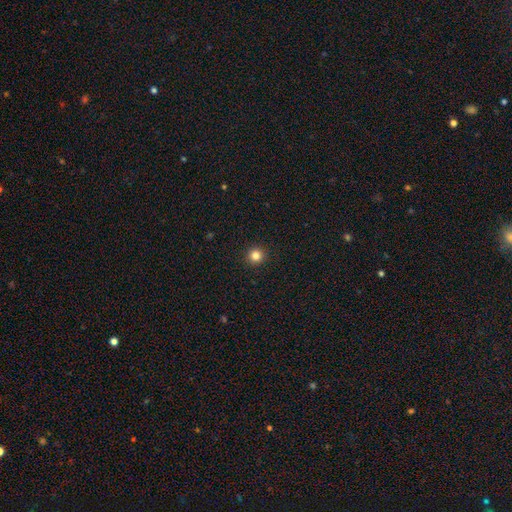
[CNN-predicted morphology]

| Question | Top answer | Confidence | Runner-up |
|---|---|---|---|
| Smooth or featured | smooth | 83% | star or artifact (13%) |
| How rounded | round | 95% | in between (4%) |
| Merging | none | 93% | minor disturbance (4%) |